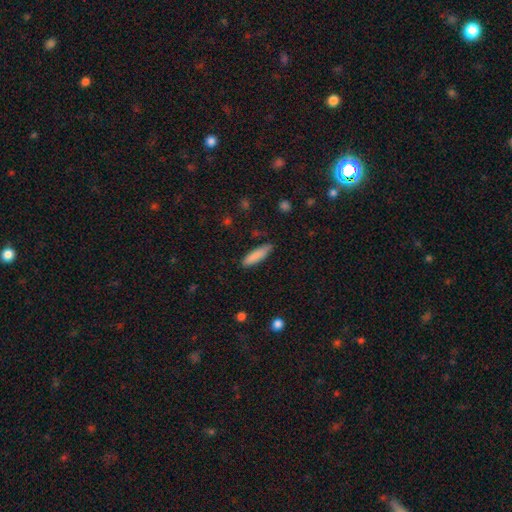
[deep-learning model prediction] The model was most divided on "how rounded": cigar-shaped: 69%, in between: 30%, round: 1%. More confident: smooth or featured — smooth (86%); merging — none (83%).